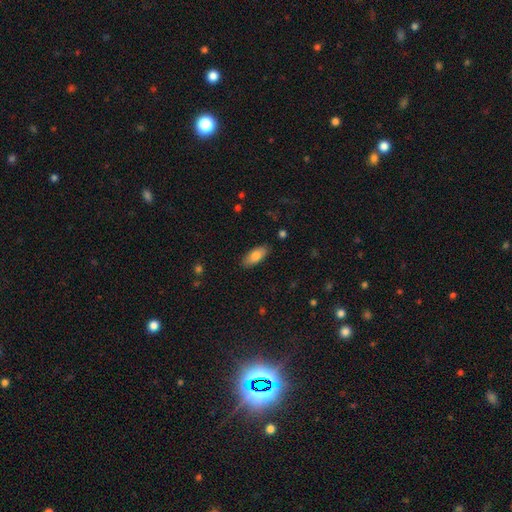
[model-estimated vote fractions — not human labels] smooth-or-featured: smooth: 80% | featured or disk: 14% | star or artifact: 6%
  how-rounded: in between: 84% | cigar-shaped: 14% | round: 2%
  merging: none: 87% | minor disturbance: 10% | major disturbance: 2% | merger: 1%